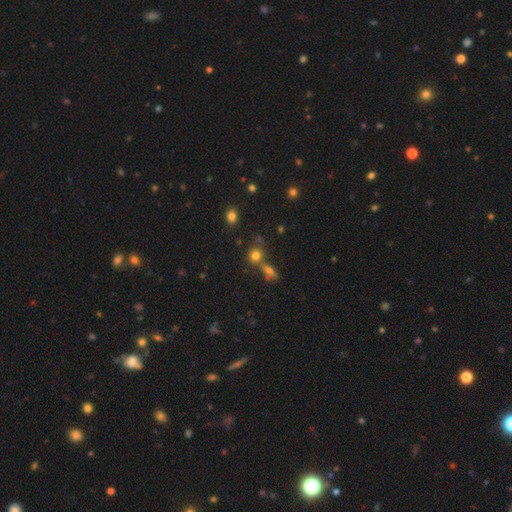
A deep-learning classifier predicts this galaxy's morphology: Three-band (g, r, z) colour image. It shows a smooth galaxy with no disk features (75%) that is round (75%). Merging: none (57%).